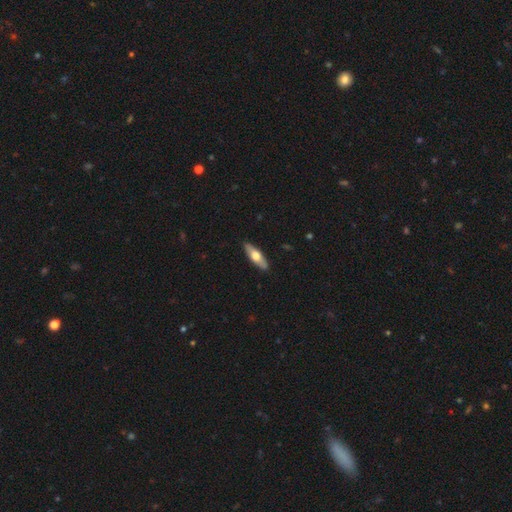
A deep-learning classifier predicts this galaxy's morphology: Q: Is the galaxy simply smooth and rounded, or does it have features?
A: smooth — 54%.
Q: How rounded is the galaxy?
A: in between — 53%.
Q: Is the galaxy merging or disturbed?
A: none — 89%.